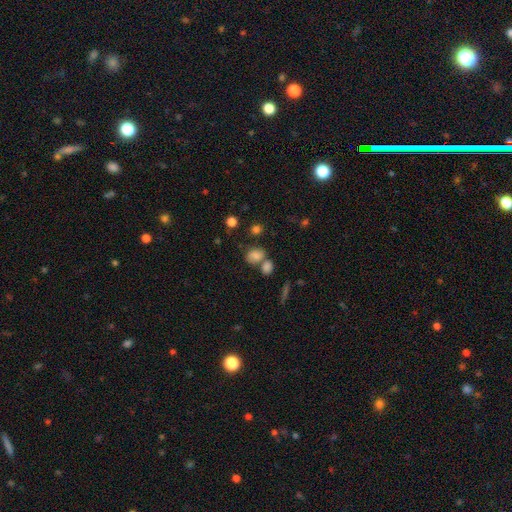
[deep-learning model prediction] smooth-or-featured: smooth: 78% | star or artifact: 12% | featured or disk: 10%
  how-rounded: in between: 52% | round: 47% | cigar-shaped: 1%
  merging: none: 46% | merger: 35% | minor disturbance: 13% | major disturbance: 6%